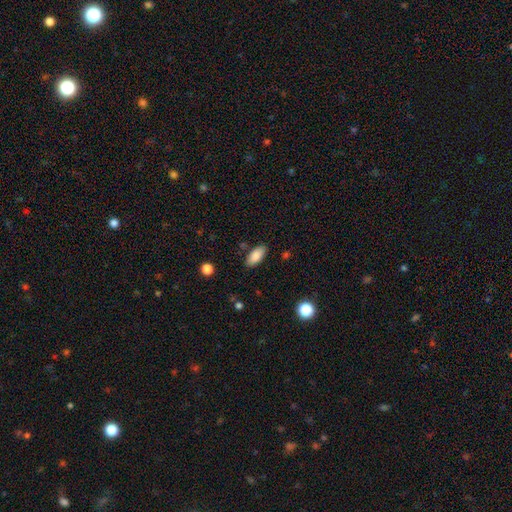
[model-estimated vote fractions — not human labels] smooth 86%, star or artifact 7%, featured or disk 7%. Down the decision tree: how rounded — in between (88%); merging — none (85%).